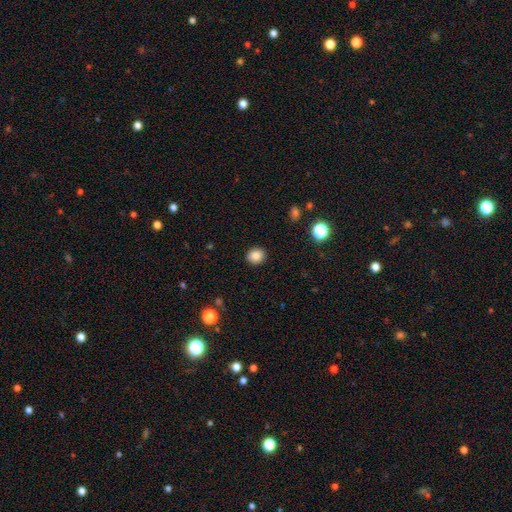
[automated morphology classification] type=smooth (86%); roundness=round (74%); merging=none (91%).